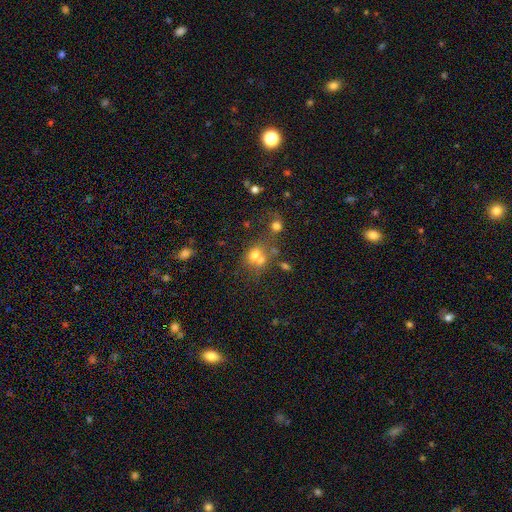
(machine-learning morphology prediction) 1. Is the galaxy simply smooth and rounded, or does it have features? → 64% smooth, 18% star or artifact, 18% featured or disk.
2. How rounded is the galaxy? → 66% round, 33% in between, 1% cigar-shaped.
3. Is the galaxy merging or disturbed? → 46% merger, 37% none, 10% minor disturbance, 7% major disturbance.